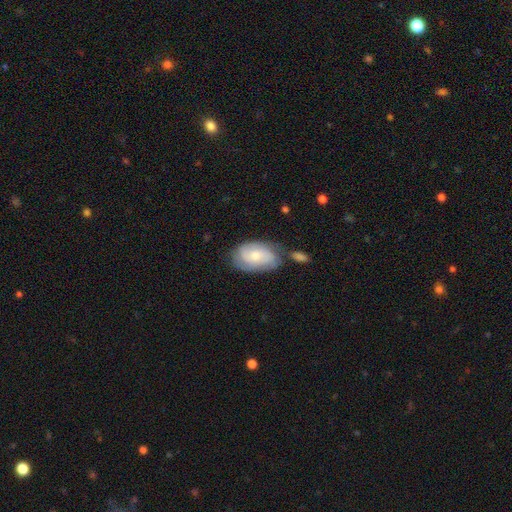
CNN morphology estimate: Overall: featured or disk (51%; smooth 43%). Edge-on disk: no (95%). Merging: none (57%; minor disturbance 23%).